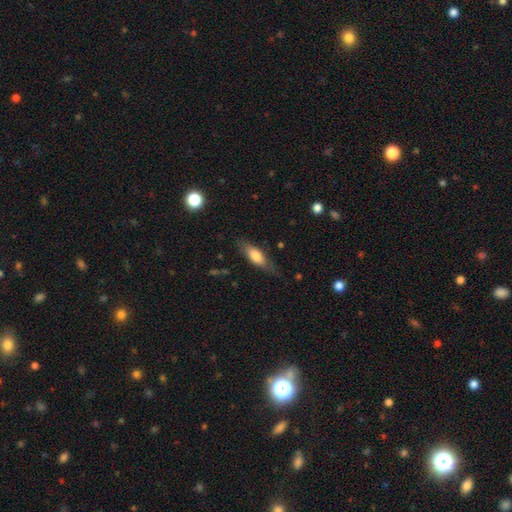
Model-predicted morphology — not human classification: A smooth galaxy with no disk features (67%) that is in between round and cigar-shaped (58%). Merging: none (73%).